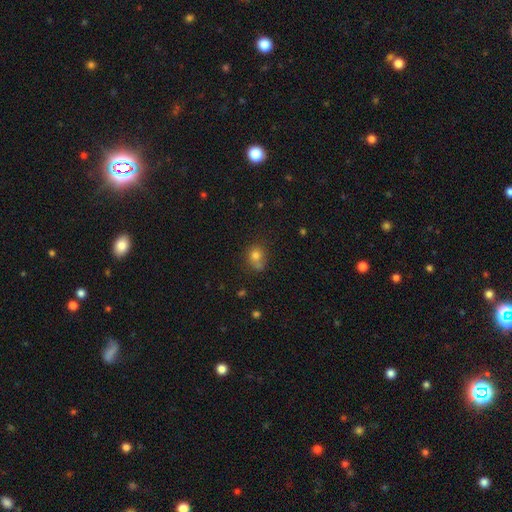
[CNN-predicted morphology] Smooth or featured? Predicted: smooth (p=0.77). How rounded? Predicted: round (p=0.72). Merging? Predicted: none (p=0.49).